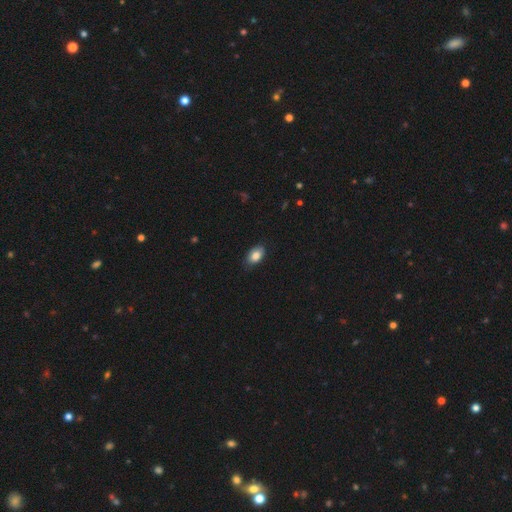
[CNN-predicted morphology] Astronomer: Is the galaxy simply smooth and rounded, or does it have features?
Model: smooth — 84%.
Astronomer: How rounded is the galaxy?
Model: in between — 91%.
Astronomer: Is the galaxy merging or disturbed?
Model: none — 82%.